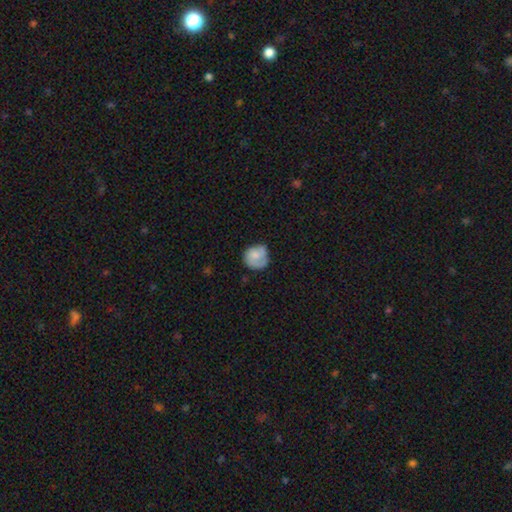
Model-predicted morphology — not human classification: Smooth or featured?
  - smooth: 66% *
  - featured or disk: 27%
  - star or artifact: 7%
How rounded?
  - round: 76% *
  - in between: 23%
  - cigar-shaped: 1%
Merging?
  - none: 48% *
  - minor disturbance: 32%
  - major disturbance: 16%
  - merger: 3%